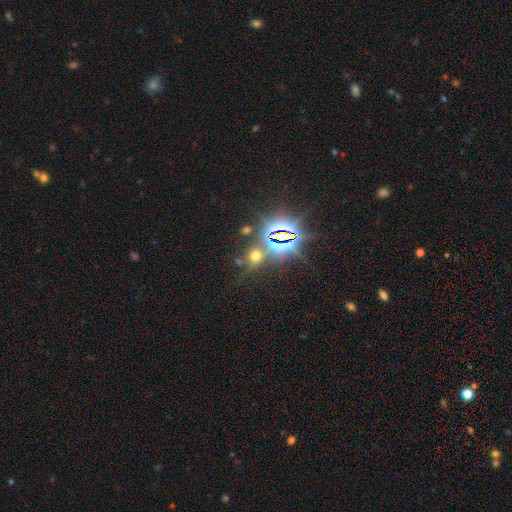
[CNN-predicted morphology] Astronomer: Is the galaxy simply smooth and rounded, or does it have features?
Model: star or artifact — 52% (runner-up: smooth, 39%).